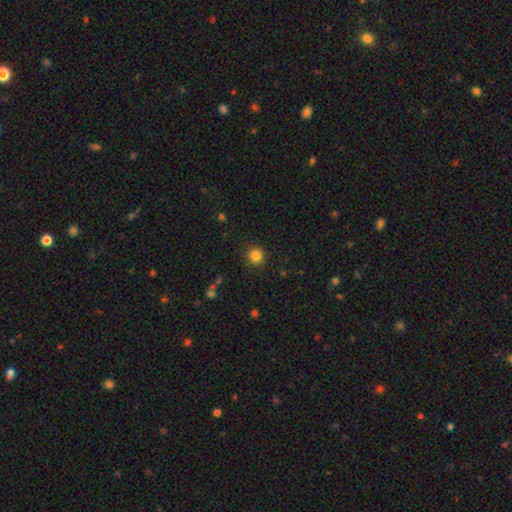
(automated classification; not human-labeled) smooth 84%, star or artifact 12%, featured or disk 5%. Down the decision tree: how rounded — round (91%); merging — none (89%).